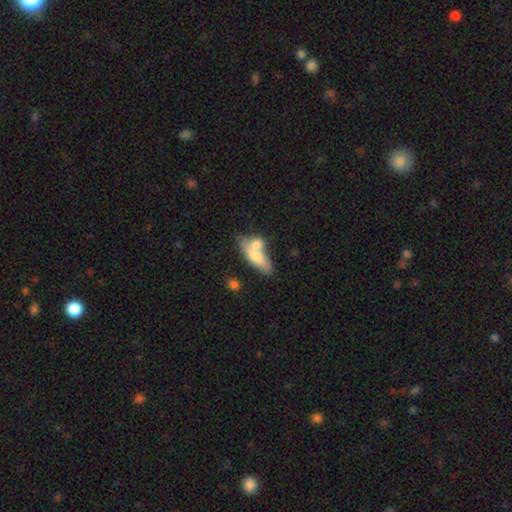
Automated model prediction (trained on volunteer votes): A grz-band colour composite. It shows a smooth galaxy with no disk features (67%) that is in between round and cigar-shaped (66%). Merging: merger (54%).